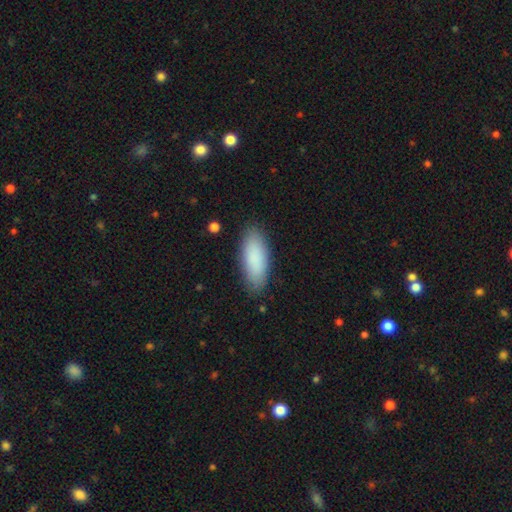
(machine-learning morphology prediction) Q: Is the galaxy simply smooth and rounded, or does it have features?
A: smooth — 88%.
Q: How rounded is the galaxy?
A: in between — 74%.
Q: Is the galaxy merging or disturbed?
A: none — 87%.